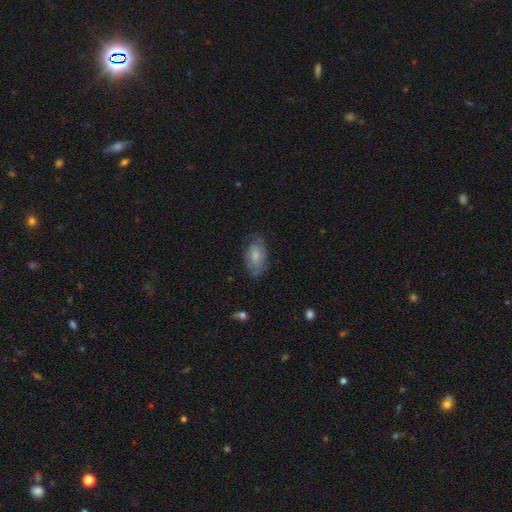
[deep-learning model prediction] smooth-or-featured: smooth: 58% | featured or disk: 35% | star or artifact: 7%
  how-rounded: in between: 92% | round: 6% | cigar-shaped: 3%
  merging: none: 68% | minor disturbance: 24% | major disturbance: 7% | merger: 1%